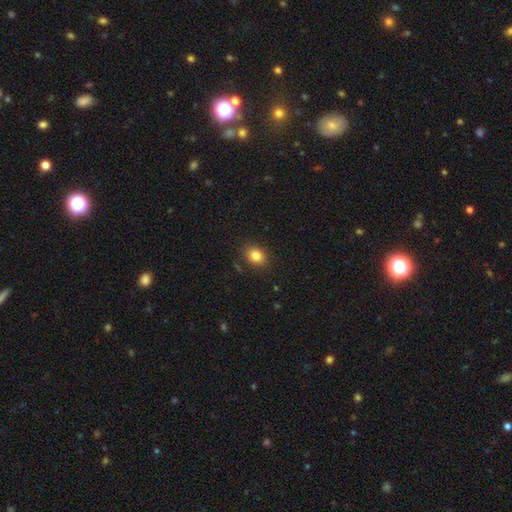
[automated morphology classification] This appears to be a smooth galaxy with no disk features (84%) that is in between round and cigar-shaped (62%). Merging: none (86%).